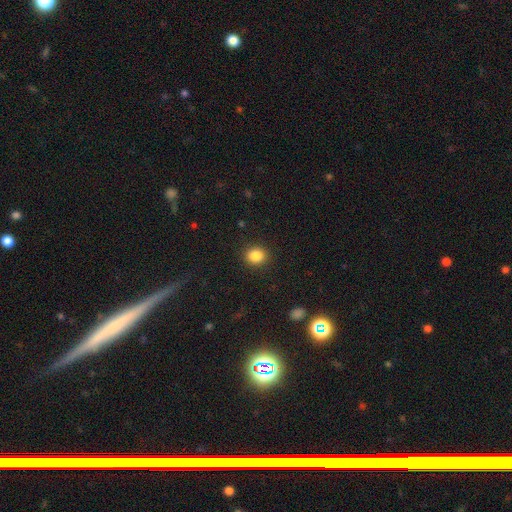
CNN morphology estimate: This is clearly a smooth galaxy (85%). How rounded: likely round (73%). Merging: clearly none (90%).